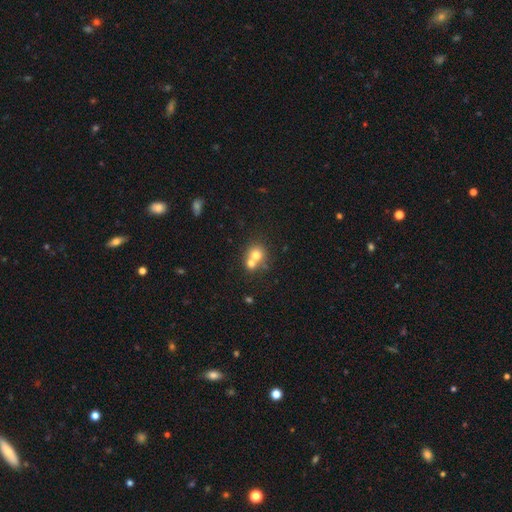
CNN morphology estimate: Q: Smooth or featured?
A: smooth (70%); runner-up: featured or disk (18%)
Q: How rounded?
A: round (81%); runner-up: in between (19%)
Q: Merging?
A: merger (57%); runner-up: none (35%)